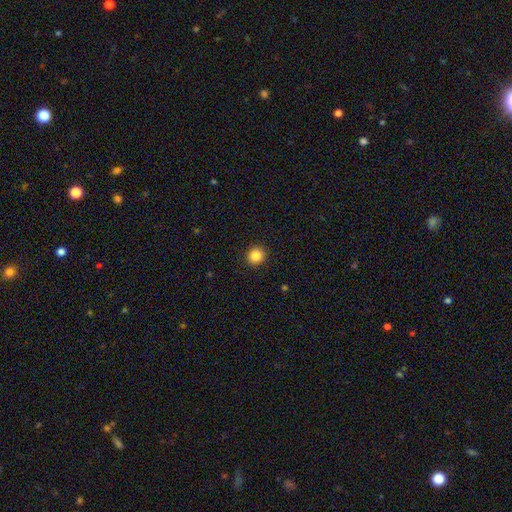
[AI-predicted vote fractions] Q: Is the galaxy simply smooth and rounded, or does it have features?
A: smooth — 86%.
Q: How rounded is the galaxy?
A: round — 89%.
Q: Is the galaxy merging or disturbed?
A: none — 92%.